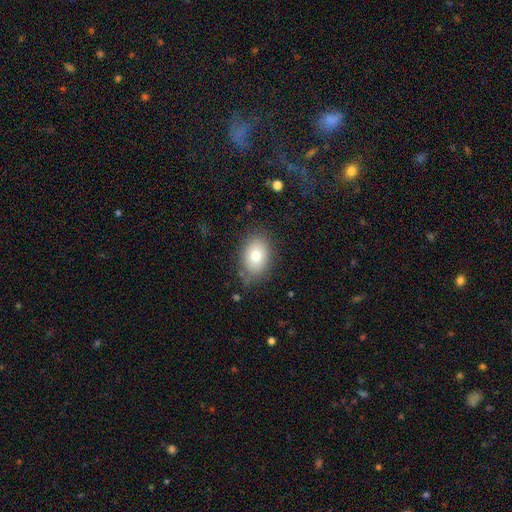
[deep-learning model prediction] The model was most divided on "how rounded": in between: 78%, round: 21%, cigar-shaped: 1%. More confident: merging — none (78%); smooth or featured — smooth (77%).